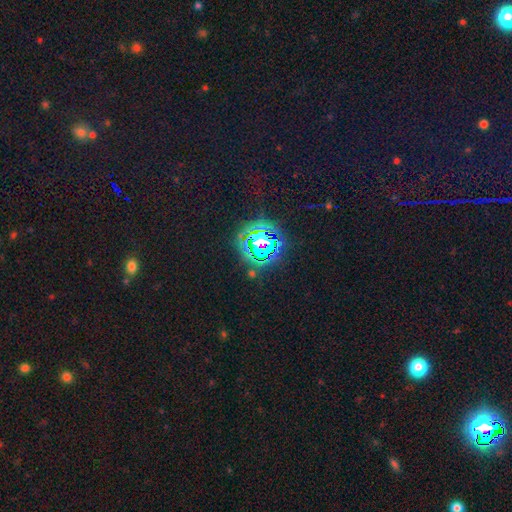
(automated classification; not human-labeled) Smooth or featured: star or artifact — 77% (smooth — 14%)